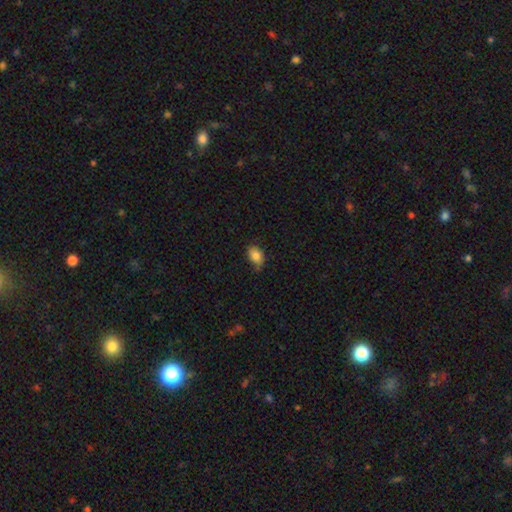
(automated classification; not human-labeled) Overall: smooth (84%). How rounded: in between (82%). Merging: none (66%; minor disturbance 28%).